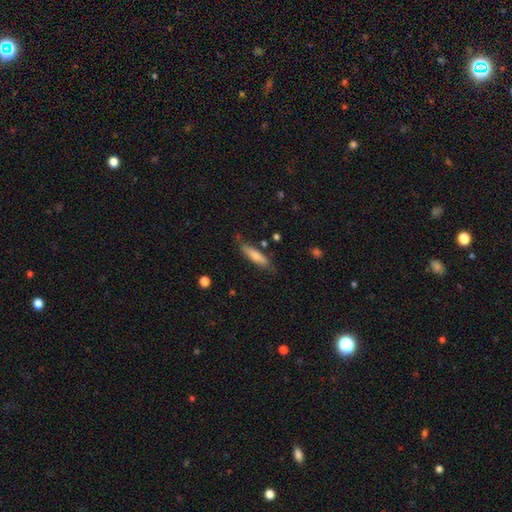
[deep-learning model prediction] This appears to be a smooth galaxy with no disk features (71%) that is cigar-shaped (69%). Merging: none (73%).